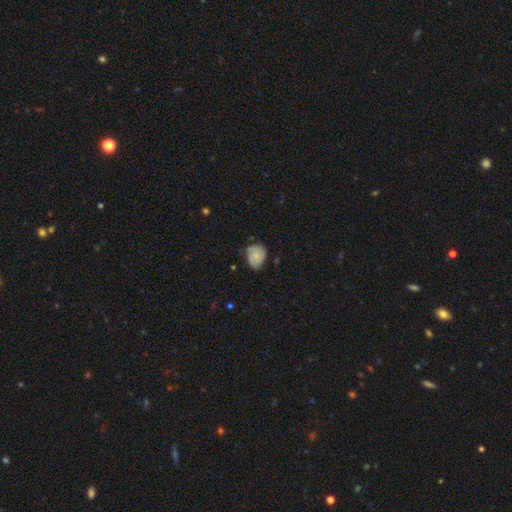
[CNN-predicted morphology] This is possibly a smooth galaxy (56%). How rounded: possibly in between (50%). Merging: possibly none (52%).